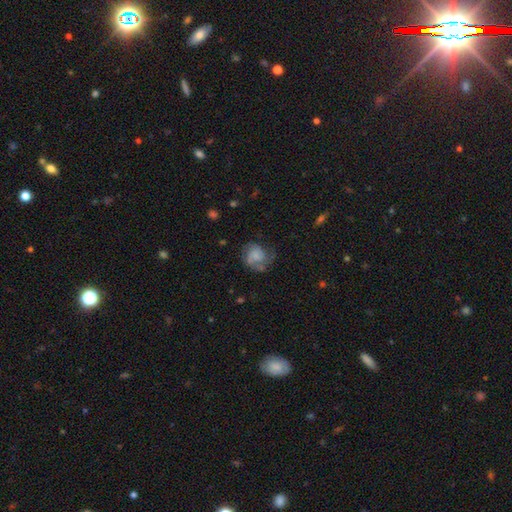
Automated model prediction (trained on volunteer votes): This appears to be a featured or disk galaxy (52%) with no bar (72%), spiral arms (82%) and no central bulge (45%). Merging: none (53%).